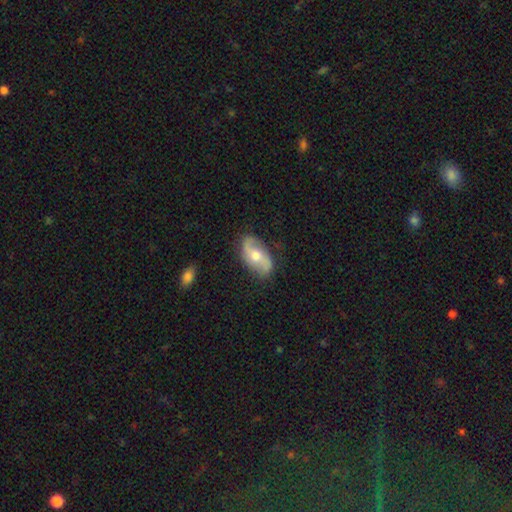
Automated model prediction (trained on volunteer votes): Smooth or featured: featured or disk — 69% (smooth — 25%)
Edge-on disk: no — 94% (yes — 6%)
Bar: no — 55% (weak — 33%)
Spiral arms: yes — 87% (no — 13%)
Spiral winding: loose — 61% (medium — 28%)
Spiral arm count: 2 — 90% (can't tell — 5%)
Bulge size: moderate — 71% (small — 22%)
Merging: none — 79% (minor disturbance — 15%)